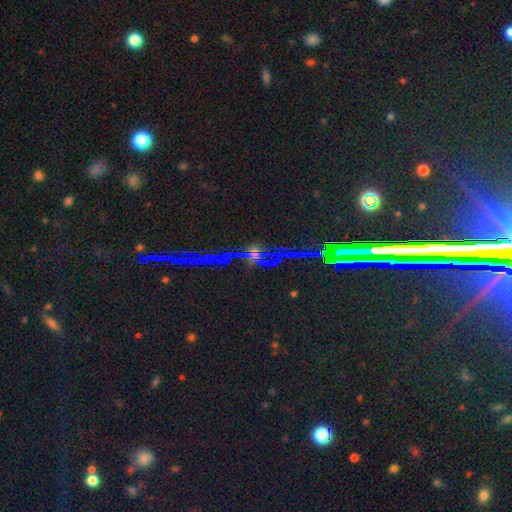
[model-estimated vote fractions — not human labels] Q: Smooth or featured?
A: star or artifact (78%); runner-up: featured or disk (12%)